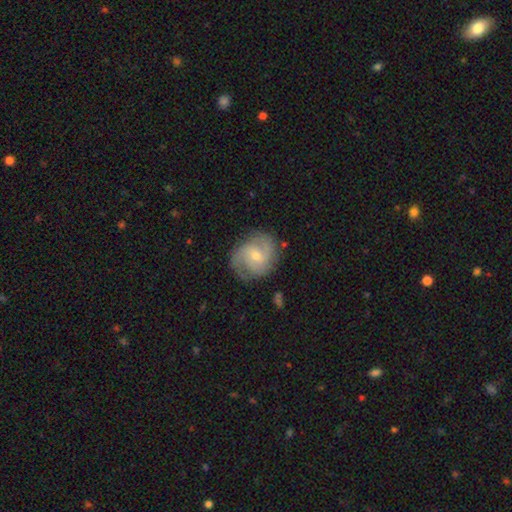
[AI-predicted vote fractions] Morphology: type=featured or disk (78%); edge-on=no (98%); bar=no (57%); spiral arms=yes (94%); winding=medium (45%); arm count=2 (50%); bulge=small (55%); merging=none (76%).